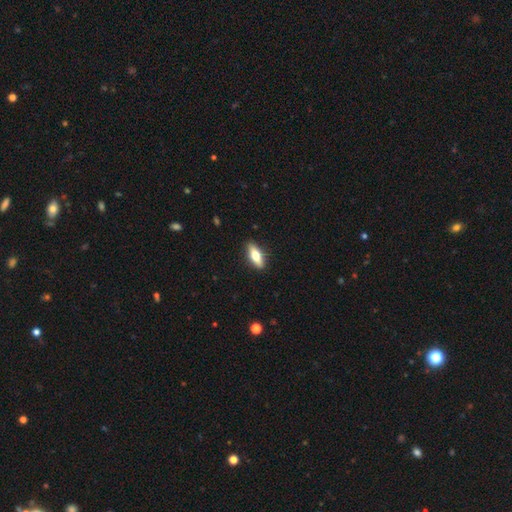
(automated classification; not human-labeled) Smooth or featured?
  - smooth: 60% *
  - featured or disk: 34%
  - star or artifact: 6%
How rounded?
  - in between: 65% *
  - cigar-shaped: 32%
  - round: 3%
Merging?
  - none: 88% *
  - minor disturbance: 9%
  - major disturbance: 2%
  - merger: 1%